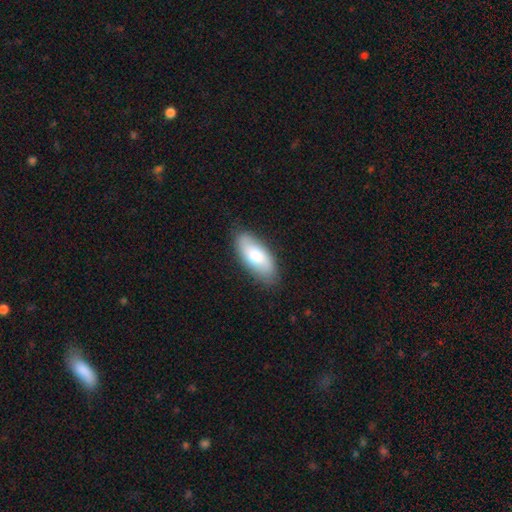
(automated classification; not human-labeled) Overall: smooth (75%). How rounded: in between (86%). Merging: none (82%).